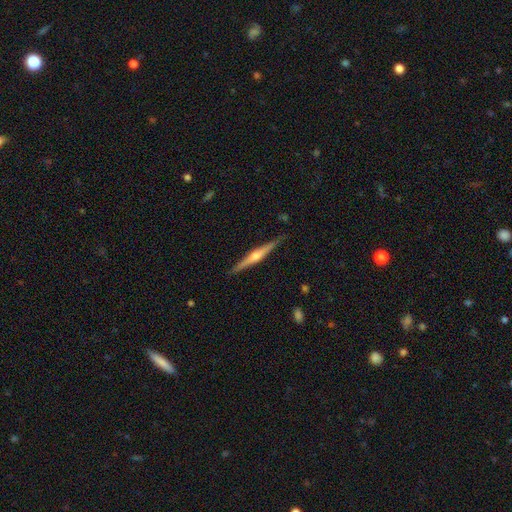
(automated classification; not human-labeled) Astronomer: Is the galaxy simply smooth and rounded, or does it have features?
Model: featured or disk — 79%.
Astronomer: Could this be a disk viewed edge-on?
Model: yes — 98%.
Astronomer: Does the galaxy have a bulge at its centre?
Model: rounded — 91%.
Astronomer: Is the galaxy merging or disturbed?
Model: none — 90%.